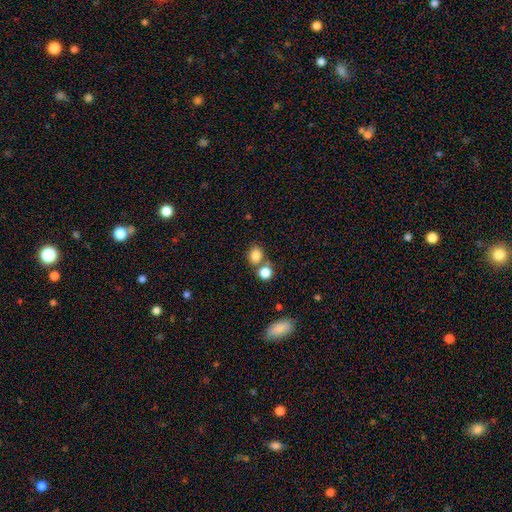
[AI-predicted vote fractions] A smooth galaxy with no disk features (82%) that is round (58%).

Vote fractions:
- Smooth or featured? smooth: 82% / star or artifact: 12% / featured or disk: 6%
- How rounded? round: 58% / in between: 41% / cigar-shaped: 1%
- Merging? none: 58% / merger: 28% / minor disturbance: 10% / major disturbance: 4%